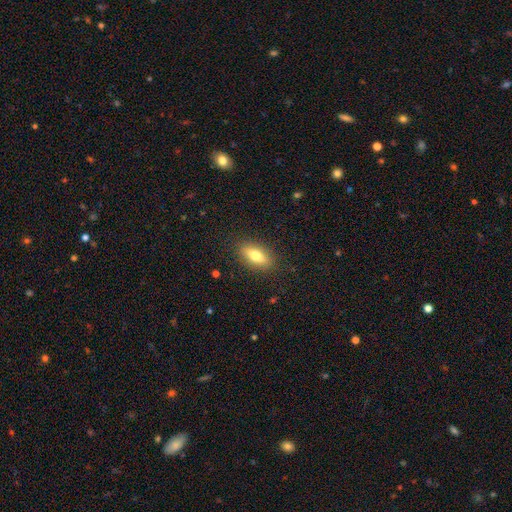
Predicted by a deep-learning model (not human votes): This is likely a smooth galaxy (70%). How rounded: likely in between (75%). Merging: clearly none (87%).